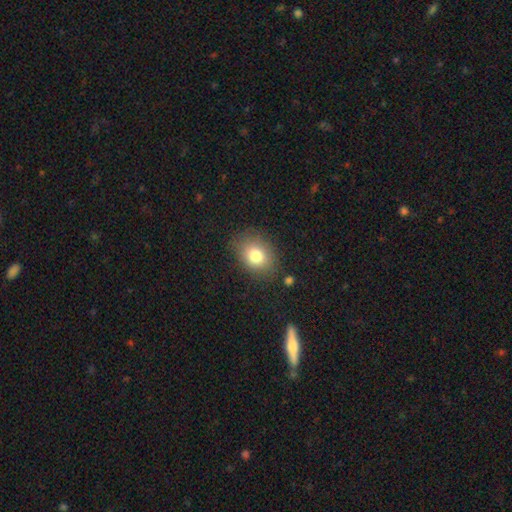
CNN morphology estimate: Q: Smooth or featured?
A: smooth (80%); runner-up: featured or disk (10%)
Q: How rounded?
A: in between (60%); runner-up: round (39%)
Q: Merging?
A: none (79%); runner-up: minor disturbance (14%)